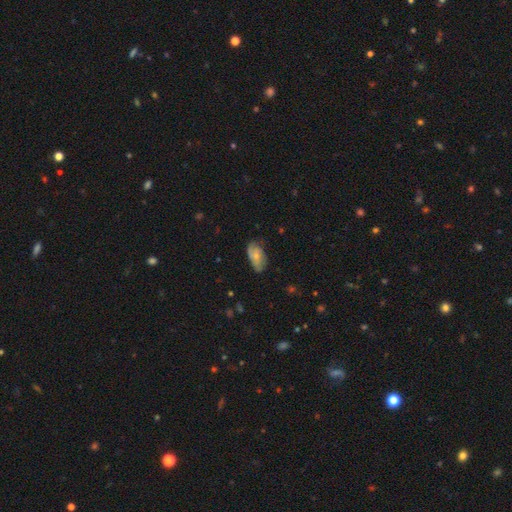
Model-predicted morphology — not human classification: smooth_or_featured: smooth (p=0.50) [alt: featured or disk p=0.43]
merging: none (p=0.60) [alt: minor disturbance p=0.30]